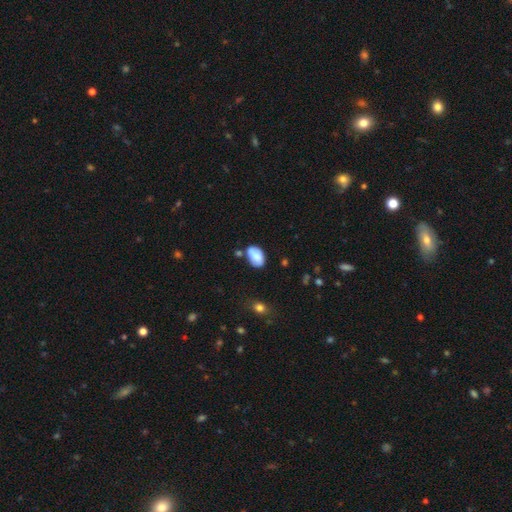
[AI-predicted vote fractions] Smooth or featured? smooth (79%)
How rounded? in between (90%)
Merging? none (60%)